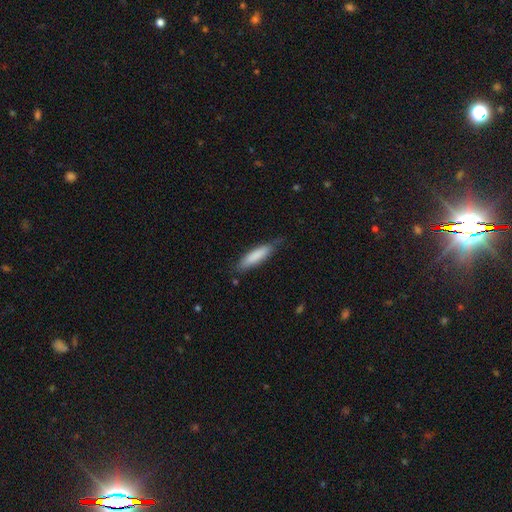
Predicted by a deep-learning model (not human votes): Smooth or featured? Predicted: smooth (p=0.83). How rounded? Predicted: cigar-shaped (p=0.74). Merging? Predicted: none (p=0.76).